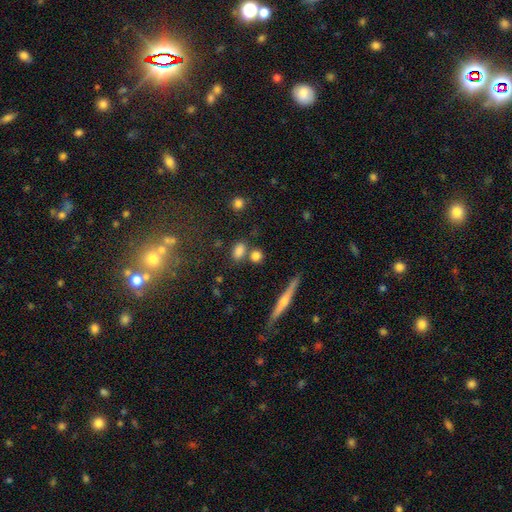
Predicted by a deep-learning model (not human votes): smooth 79%, star or artifact 11%, featured or disk 10%. Down the decision tree: how rounded — in between (52%); merging — none (67%).